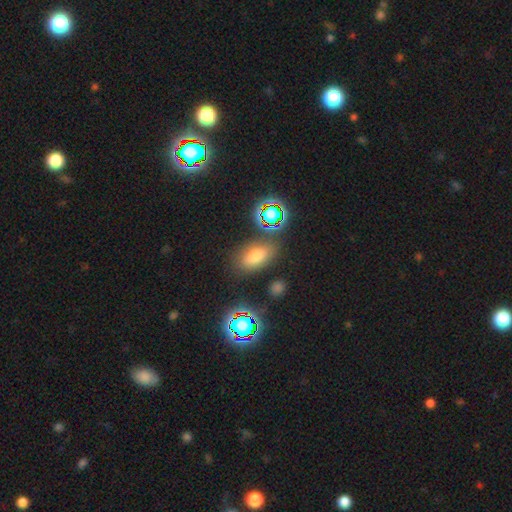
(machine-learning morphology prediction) smooth-or-featured: smooth: 65% | star or artifact: 25% | featured or disk: 11%
  how-rounded: in between: 85% | round: 10% | cigar-shaped: 4%
  merging: none: 79% | minor disturbance: 12% | merger: 5% | major disturbance: 4%